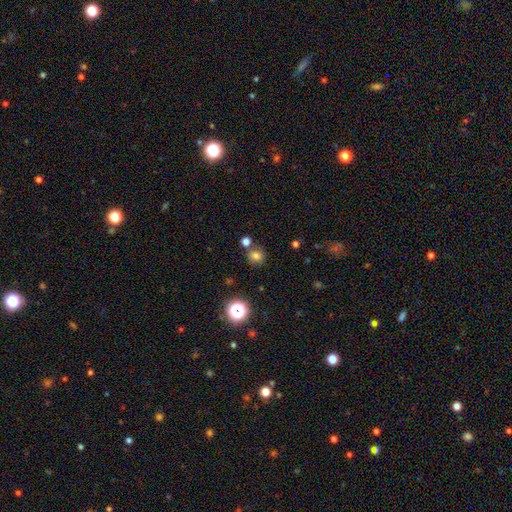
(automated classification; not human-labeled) smooth-or-featured: smooth: 74% | star or artifact: 19% | featured or disk: 7%
  how-rounded: round: 85% | in between: 15% | cigar-shaped: 1%
  merging: none: 74% | merger: 13% | minor disturbance: 10% | major disturbance: 3%